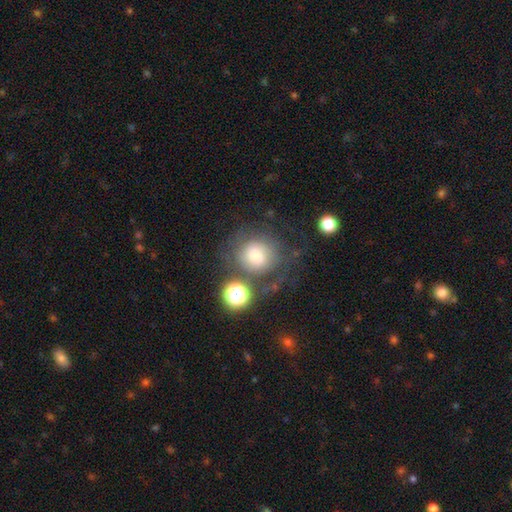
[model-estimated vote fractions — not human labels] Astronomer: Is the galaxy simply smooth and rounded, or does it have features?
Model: smooth — 60%.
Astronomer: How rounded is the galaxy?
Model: round — 84%.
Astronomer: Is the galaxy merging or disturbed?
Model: none — 57%.